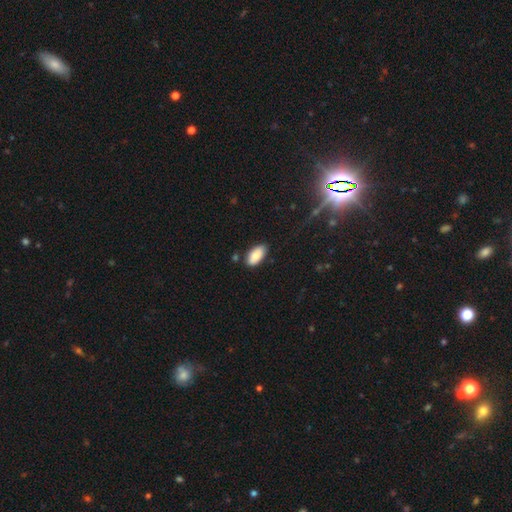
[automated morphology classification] smooth_or_featured: smooth (p=0.83) [alt: featured or disk p=0.10]
how_rounded: in between (p=0.94) [alt: cigar-shaped p=0.04]
merging: none (p=0.82) [alt: minor disturbance p=0.13]